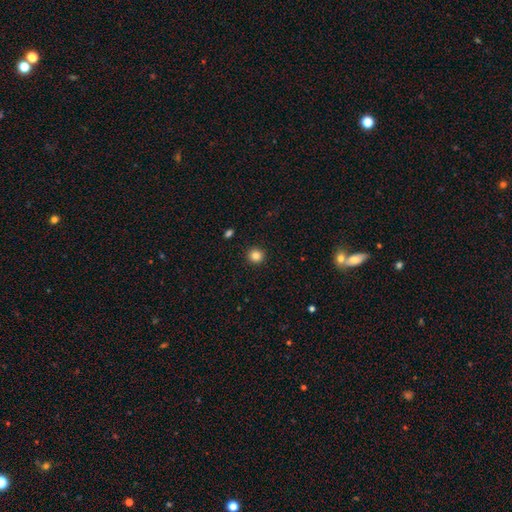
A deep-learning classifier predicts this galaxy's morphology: Smooth or featured?
  - smooth: 85% *
  - star or artifact: 11%
  - featured or disk: 4%
How rounded?
  - round: 94% *
  - in between: 5%
  - cigar-shaped: 1%
Merging?
  - none: 93% *
  - minor disturbance: 4%
  - major disturbance: 2%
  - merger: 1%